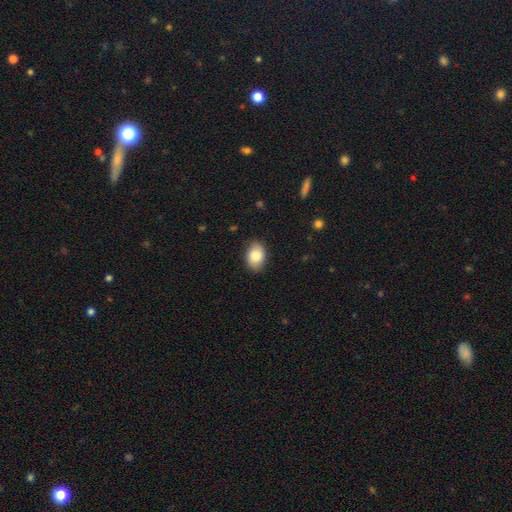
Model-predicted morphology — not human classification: A smooth galaxy with no disk features (82%) that is in between round and cigar-shaped (82%).

Vote fractions:
- Smooth or featured? smooth: 82% / featured or disk: 11% / star or artifact: 7%
- How rounded? in between: 82% / round: 17% / cigar-shaped: 1%
- Merging? none: 83% / minor disturbance: 13% / major disturbance: 3% / merger: 1%